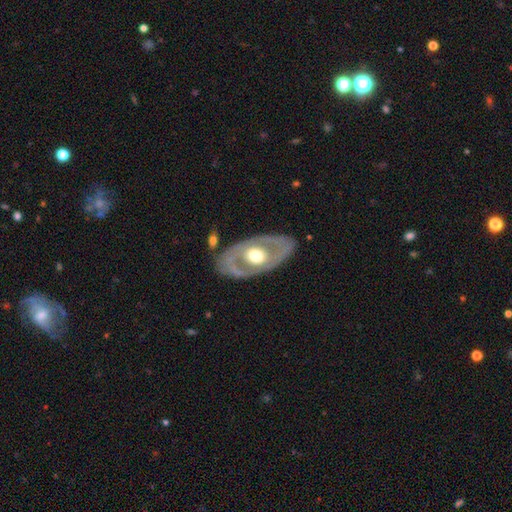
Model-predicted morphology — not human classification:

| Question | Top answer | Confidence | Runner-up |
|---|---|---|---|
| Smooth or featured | featured or disk | 70% | smooth (26%) |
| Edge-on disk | no | 89% | yes (11%) |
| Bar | no | 81% | weak (14%) |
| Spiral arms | no | 73% | yes (27%) |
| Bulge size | moderate | 63% | large (28%) |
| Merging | none | 79% | minor disturbance (13%) |